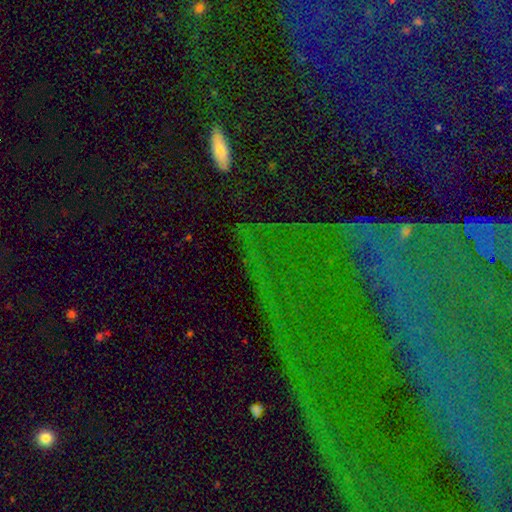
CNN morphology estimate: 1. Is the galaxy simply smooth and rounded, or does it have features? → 62% star or artifact, 20% featured or disk, 19% smooth.